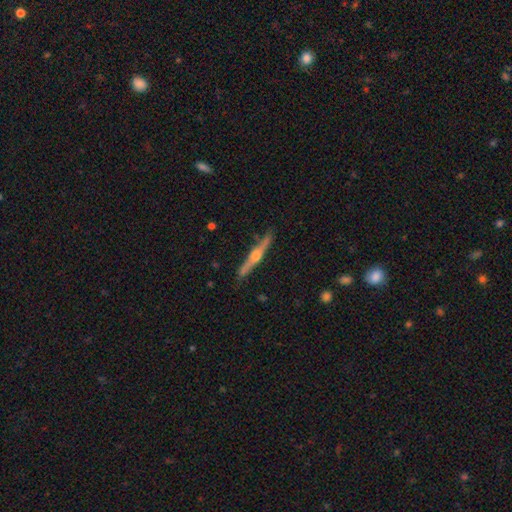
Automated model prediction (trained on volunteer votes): Morphology: type=featured or disk (78%); edge-on=yes (98%); edge-on bulge=rounded (92%); merging=none (90%).